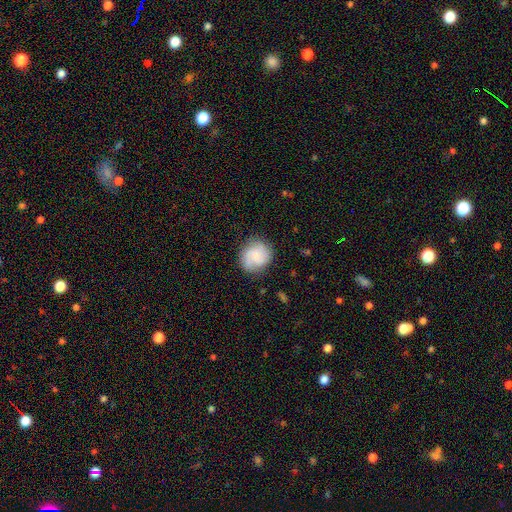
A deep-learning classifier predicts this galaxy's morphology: This is possibly a featured or disk galaxy (48%). Merging: likely none (78%).